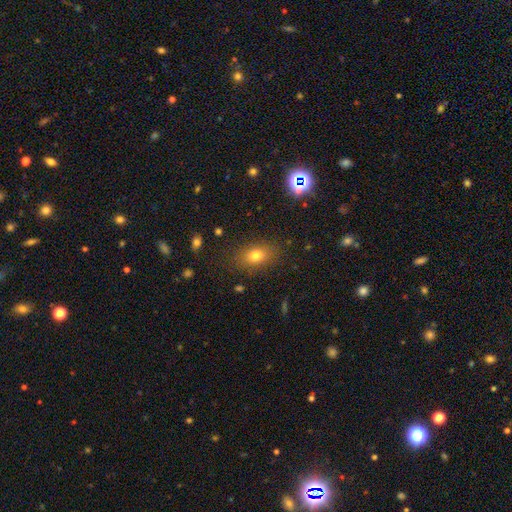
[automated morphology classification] smooth 76%, star or artifact 13%, featured or disk 11%. Down the decision tree: how rounded — in between (78%); merging — none (83%).